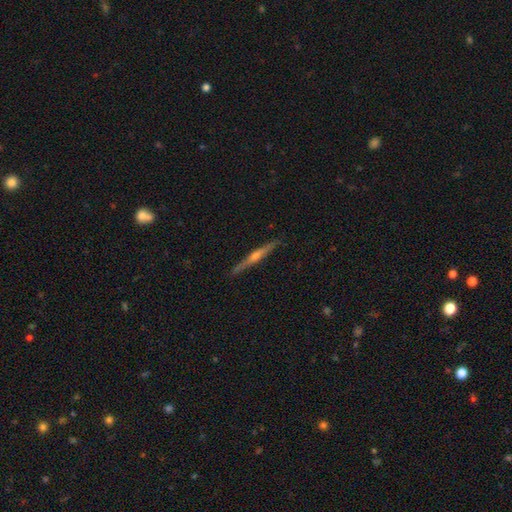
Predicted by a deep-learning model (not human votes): featured or disk 74%, smooth 20%, star or artifact 6%. Down the decision tree: edge-on disk — yes (98%); edge-on bulge — rounded (79%); merging — none (90%).